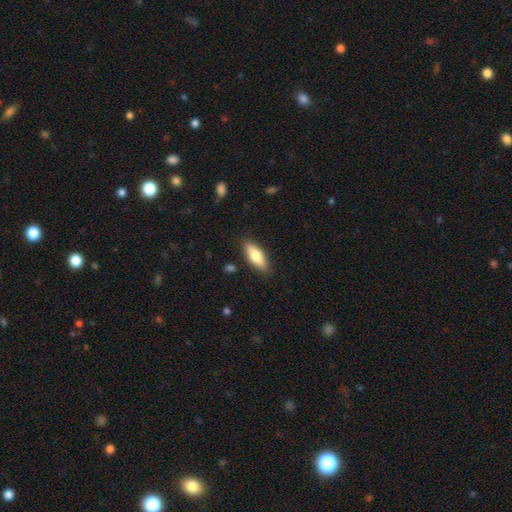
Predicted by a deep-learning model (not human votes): Smooth or featured: smooth — 73% (featured or disk — 21%)
How rounded: in between — 67% (cigar-shaped — 31%)
Merging: none — 86% (minor disturbance — 10%)